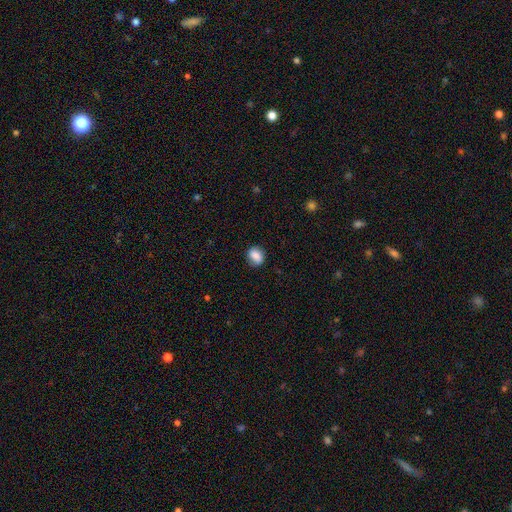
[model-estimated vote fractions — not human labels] smooth_or_featured: smooth (p=0.84) [alt: star or artifact p=0.08]
how_rounded: in between (p=0.52) [alt: round p=0.46]
merging: none (p=0.76) [alt: minor disturbance p=0.18]